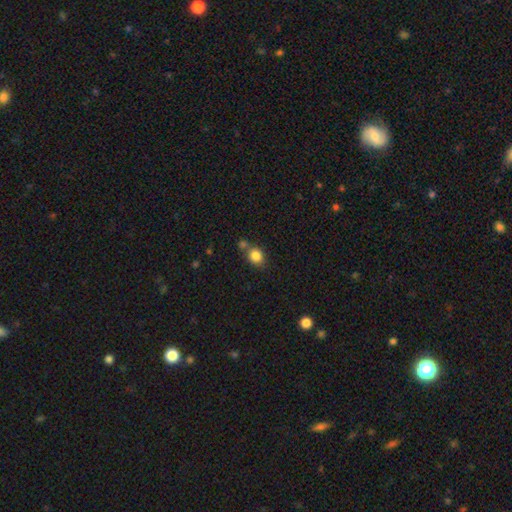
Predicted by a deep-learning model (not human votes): Smooth or featured?
  - smooth: 84% *
  - star or artifact: 10%
  - featured or disk: 6%
How rounded?
  - round: 64% *
  - in between: 35%
  - cigar-shaped: 1%
Merging?
  - none: 57% *
  - merger: 27%
  - minor disturbance: 12%
  - major disturbance: 4%